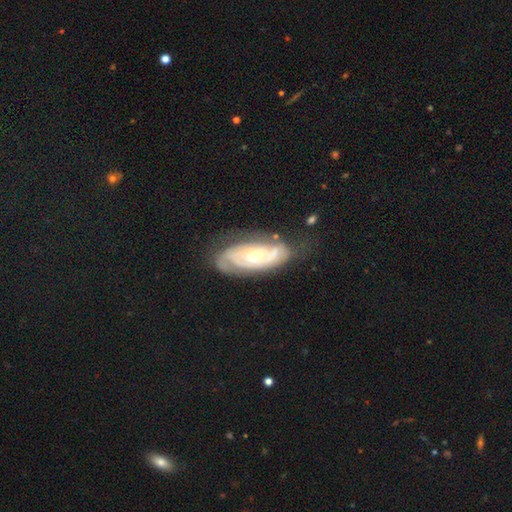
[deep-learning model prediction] featured or disk 78%, smooth 16%, star or artifact 6%. Down the decision tree: edge-on disk — no (92%); bar — no (76%); spiral arms — yes (86%); spiral arm count — can't tell (44%); spiral winding — tight (67%); bulge size — small (59%); merging — none (62%).